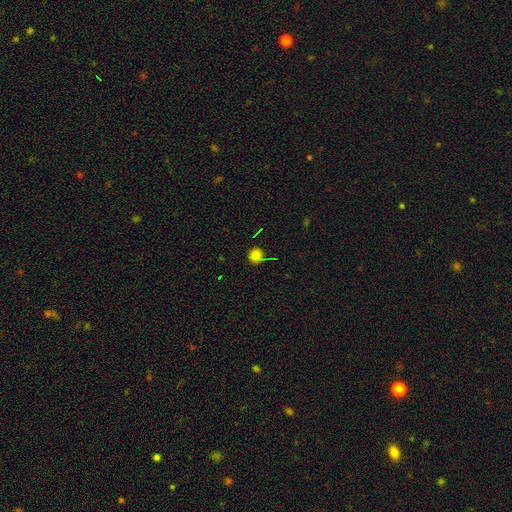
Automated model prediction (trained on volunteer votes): Q: Smooth or featured?
A: smooth (68%); runner-up: star or artifact (25%)
Q: How rounded?
A: round (87%); runner-up: in between (11%)
Q: Merging?
A: none (69%); runner-up: minor disturbance (20%)